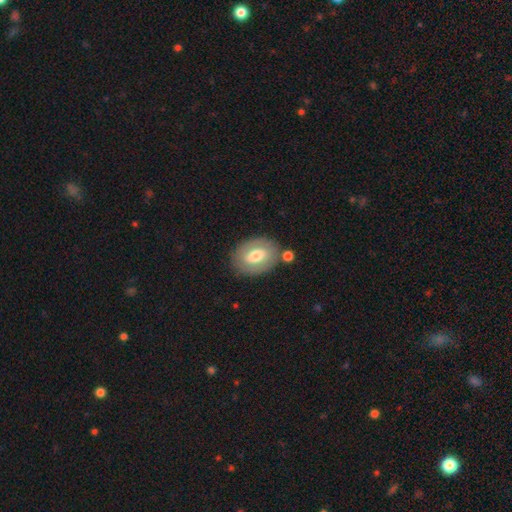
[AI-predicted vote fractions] smooth_or_featured: smooth (p=0.54) [alt: featured or disk p=0.40]
how_rounded: in between (p=0.77) [alt: round p=0.22]
merging: none (p=0.75) [alt: minor disturbance p=0.13]